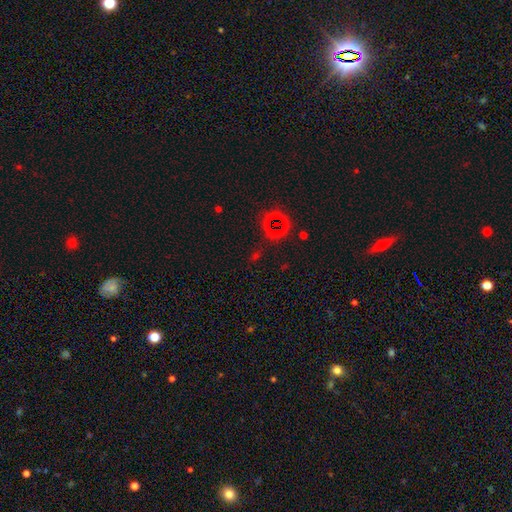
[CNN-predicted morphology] type=star or artifact (65%).